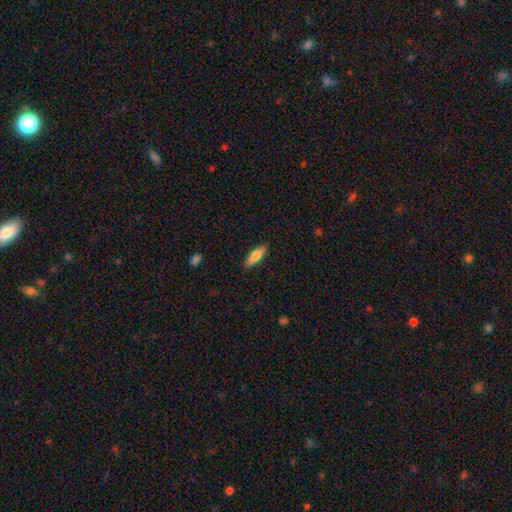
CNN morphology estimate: Smooth or featured? smooth (73%)
How rounded? cigar-shaped (56%)
Merging? none (89%)